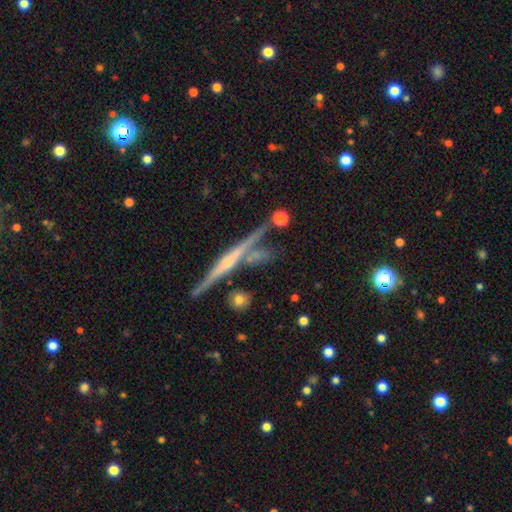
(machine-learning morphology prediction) type=featured or disk (62%); edge-on=yes (89%); edge-on bulge=rounded (58%); merging=none (65%).